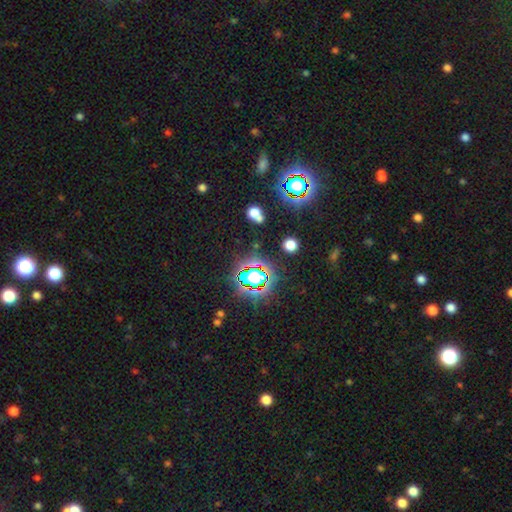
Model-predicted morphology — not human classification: The model was most divided on "smooth or featured": star or artifact: 80%, smooth: 12%, featured or disk: 7%.